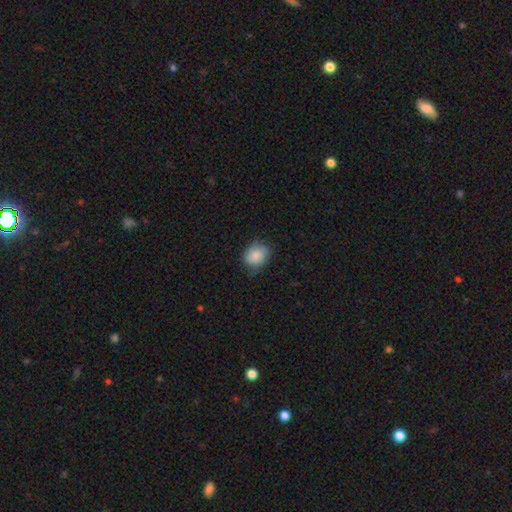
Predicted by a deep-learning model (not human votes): This is clearly a smooth galaxy (85%). How rounded: possibly in between (55%). Merging: likely none (69%).